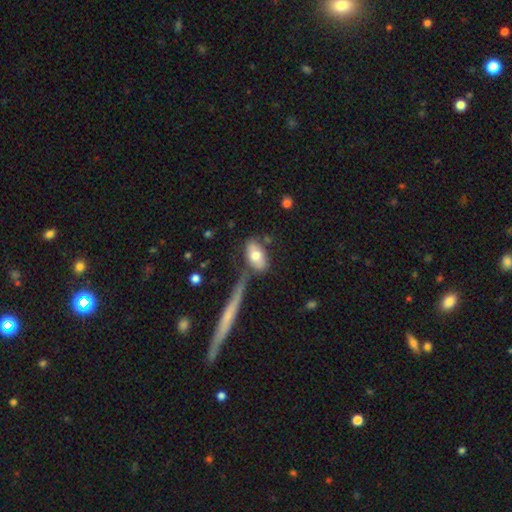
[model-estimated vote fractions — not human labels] This appears to be a smooth galaxy with no disk features (73%) that is in between round and cigar-shaped (88%). Merging: none (61%).